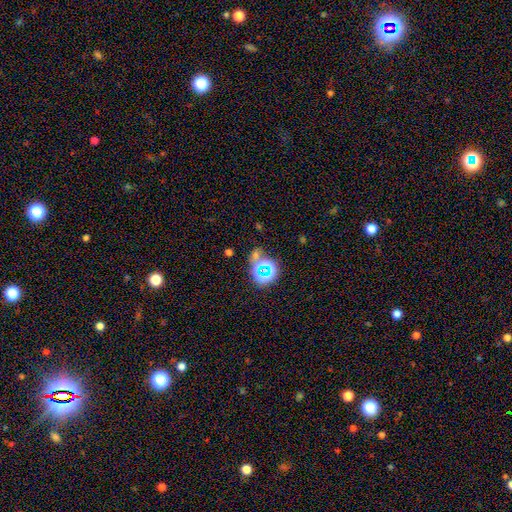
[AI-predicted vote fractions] This is possibly a star or artifact rather than a galaxy (55%).